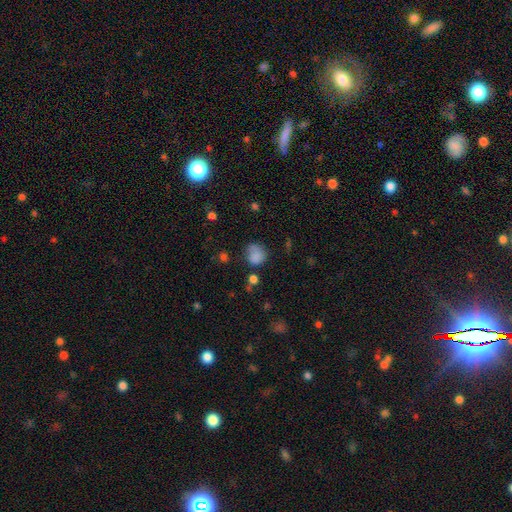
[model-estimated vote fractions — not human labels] This is likely a smooth galaxy (80%). How rounded: likely round (71%). Merging: possibly none (53%).